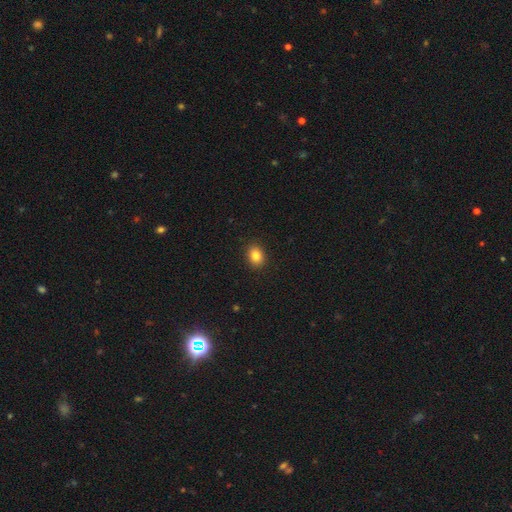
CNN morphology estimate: A smooth galaxy with no disk features (84%) that is in between round and cigar-shaped (52%). Merging: none (91%).